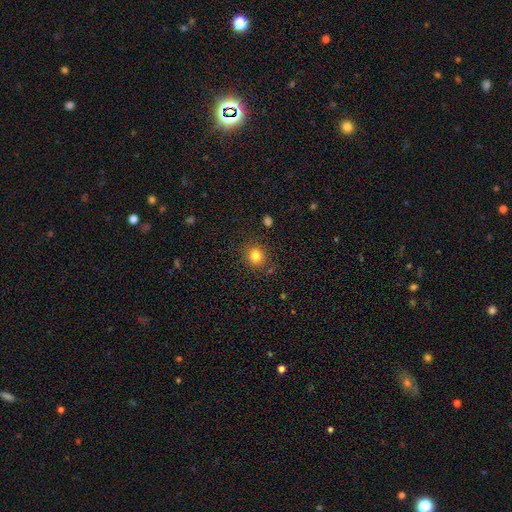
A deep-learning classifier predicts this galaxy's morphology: Smooth or featured?
  - smooth: 83% *
  - star or artifact: 12%
  - featured or disk: 6%
How rounded?
  - round: 84% *
  - in between: 15%
  - cigar-shaped: 1%
Merging?
  - none: 85% *
  - minor disturbance: 9%
  - major disturbance: 3%
  - merger: 2%